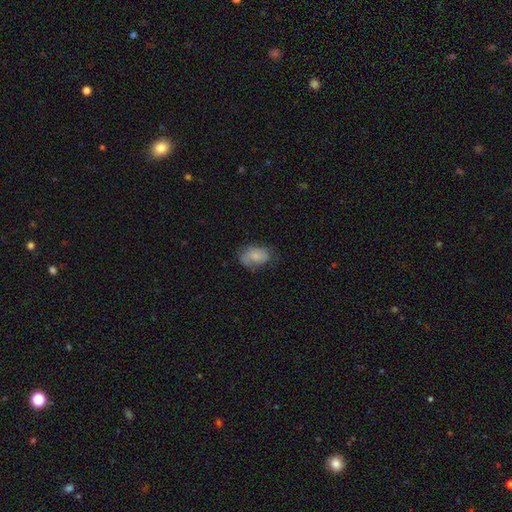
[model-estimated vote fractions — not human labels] A smooth galaxy with no disk features (70%) that is in between round and cigar-shaped (83%). Merging: none (58%).